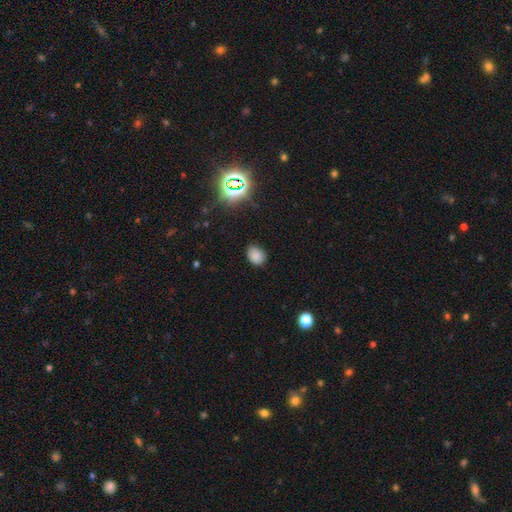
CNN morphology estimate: Smooth or featured: smooth — 81% (star or artifact — 15%)
How rounded: in between — 58% (round — 41%)
Merging: none — 82% (minor disturbance — 14%)